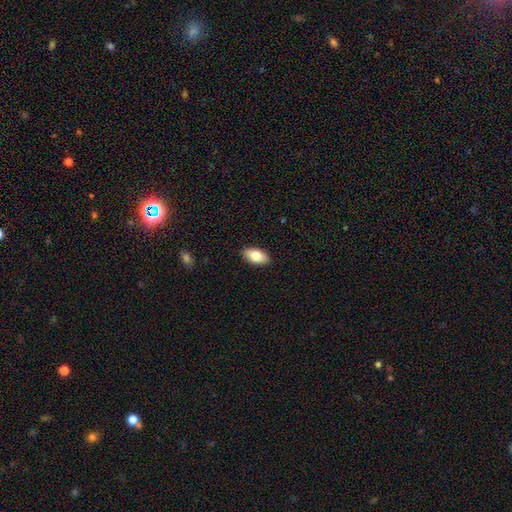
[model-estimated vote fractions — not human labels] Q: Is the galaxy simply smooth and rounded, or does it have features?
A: smooth — 81%.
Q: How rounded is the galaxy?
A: in between — 93%.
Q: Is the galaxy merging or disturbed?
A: none — 89%.